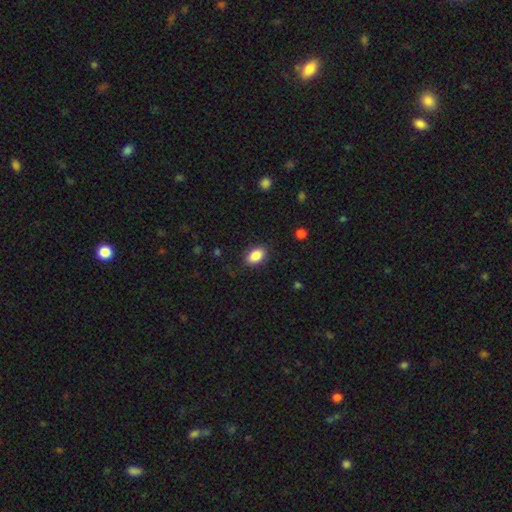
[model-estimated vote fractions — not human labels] A smooth galaxy with no disk features (87%) that is in between round and cigar-shaped (89%).

Vote fractions:
- Smooth or featured? smooth: 87% / star or artifact: 8% / featured or disk: 5%
- How rounded? in between: 89% / round: 9% / cigar-shaped: 2%
- Merging? none: 86% / minor disturbance: 10% / major disturbance: 3% / merger: 1%